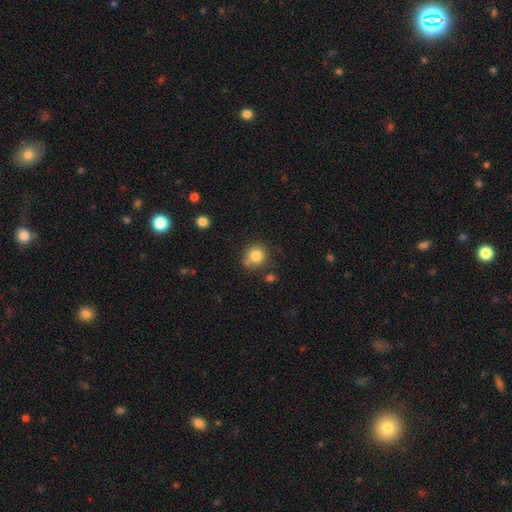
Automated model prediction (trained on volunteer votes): Smooth or featured? Predicted: smooth (p=0.83). How rounded? Predicted: round (p=0.88). Merging? Predicted: none (p=0.71).